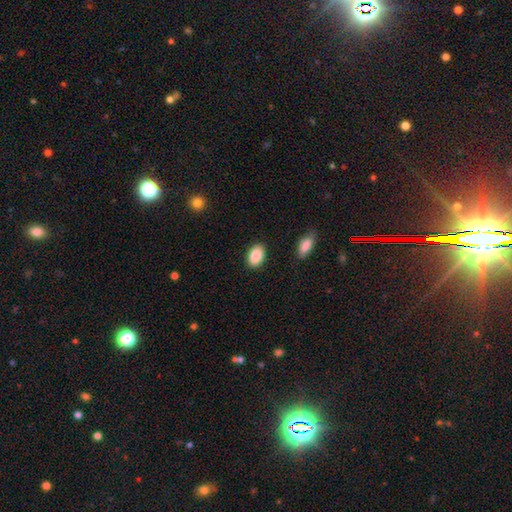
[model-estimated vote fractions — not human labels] Overall: smooth (89%). How rounded: in between (89%). Merging: none (87%).